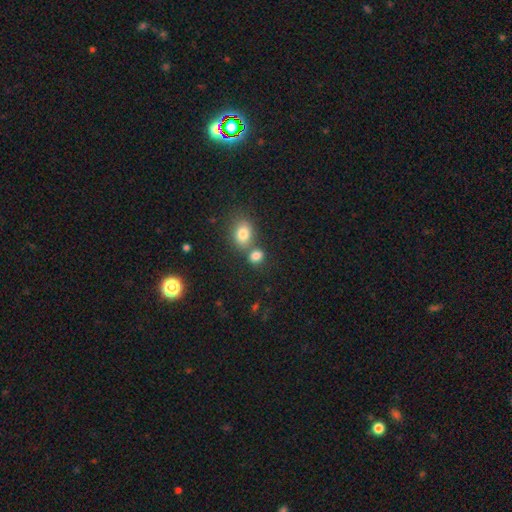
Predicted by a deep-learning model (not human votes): smooth-or-featured: smooth: 80% | star or artifact: 13% | featured or disk: 7%
  how-rounded: round: 50% | in between: 48% | cigar-shaped: 2%
  merging: none: 51% | merger: 36% | minor disturbance: 10% | major disturbance: 4%